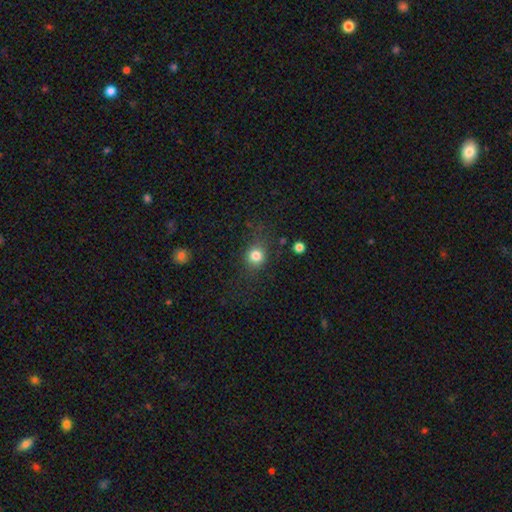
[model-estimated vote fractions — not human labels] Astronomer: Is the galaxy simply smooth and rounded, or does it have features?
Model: smooth — 81%.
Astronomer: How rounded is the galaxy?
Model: round — 83%.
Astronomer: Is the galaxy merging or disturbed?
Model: none — 78%.